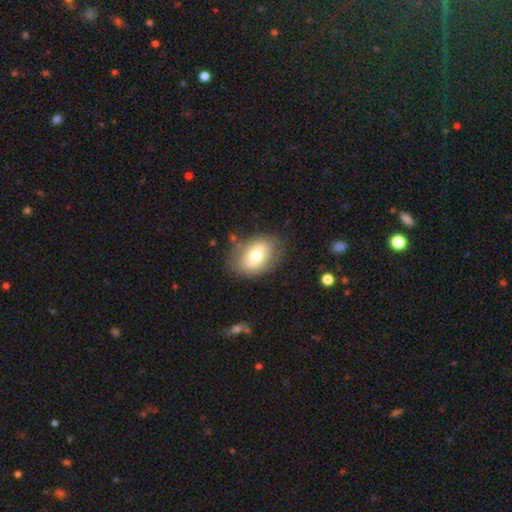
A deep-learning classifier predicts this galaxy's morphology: Smooth or featured?
  - smooth: 66% *
  - featured or disk: 26%
  - star or artifact: 7%
How rounded?
  - in between: 83% *
  - round: 15%
  - cigar-shaped: 1%
Merging?
  - none: 75% *
  - minor disturbance: 17%
  - major disturbance: 6%
  - merger: 2%